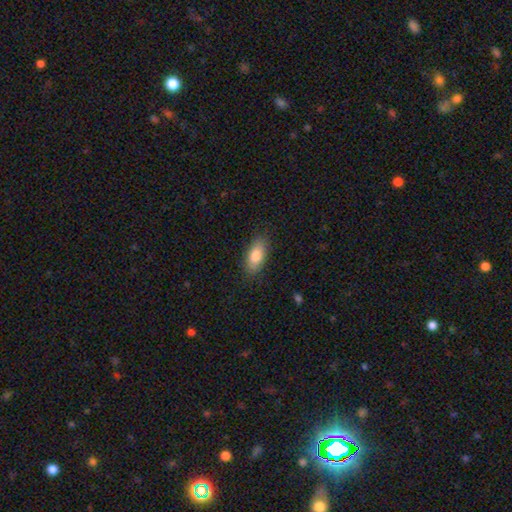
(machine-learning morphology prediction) Smooth or featured?
  - smooth: 82% *
  - featured or disk: 11%
  - star or artifact: 7%
How rounded?
  - in between: 85% *
  - cigar-shaped: 12%
  - round: 3%
Merging?
  - none: 85% *
  - minor disturbance: 11%
  - major disturbance: 3%
  - merger: 1%